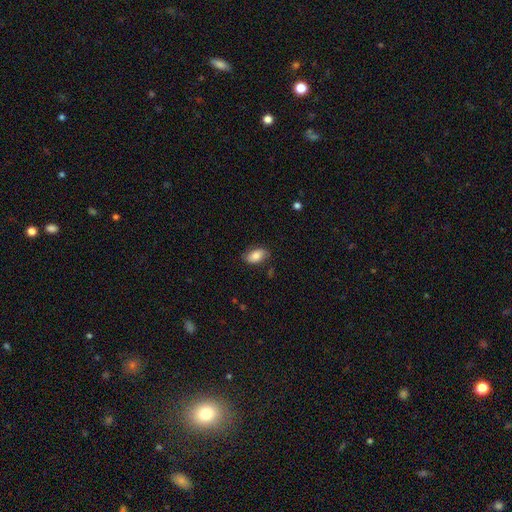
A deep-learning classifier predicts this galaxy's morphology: A smooth galaxy with no disk features (78%) that is in between round and cigar-shaped (92%).

Vote fractions:
- Smooth or featured? smooth: 78% / featured or disk: 15% / star or artifact: 7%
- How rounded? in between: 92% / round: 5% / cigar-shaped: 3%
- Merging? none: 78% / minor disturbance: 17% / major disturbance: 4% / merger: 1%